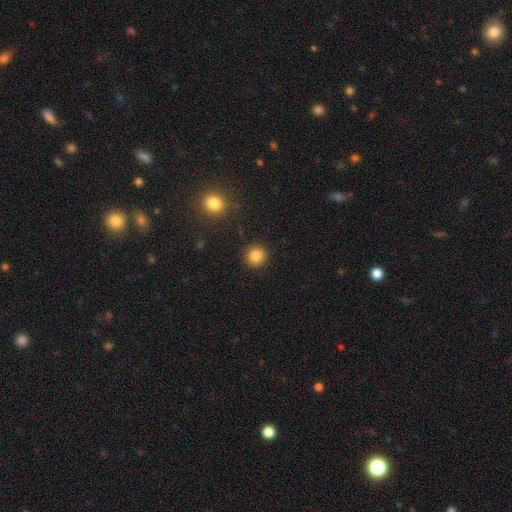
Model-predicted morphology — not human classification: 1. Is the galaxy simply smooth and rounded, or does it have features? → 85% smooth, 11% star or artifact, 5% featured or disk.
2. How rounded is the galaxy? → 93% round, 6% in between, 1% cigar-shaped.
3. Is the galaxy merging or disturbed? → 91% none, 5% minor disturbance, 2% major disturbance, 1% merger.